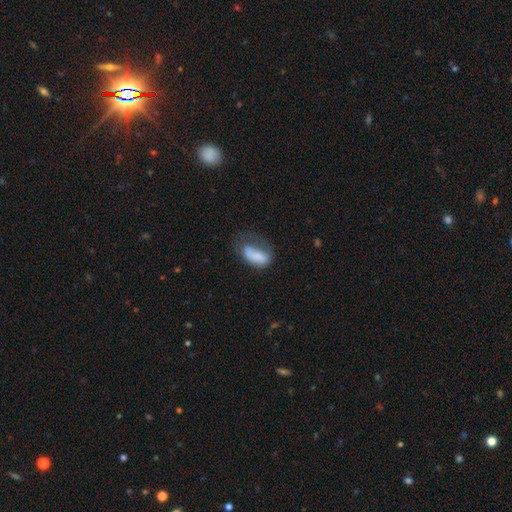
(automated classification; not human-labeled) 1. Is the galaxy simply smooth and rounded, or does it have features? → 72% smooth, 20% featured or disk, 8% star or artifact.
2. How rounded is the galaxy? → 88% in between, 7% cigar-shaped, 5% round.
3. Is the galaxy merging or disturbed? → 39% major disturbance, 29% minor disturbance, 26% none, 6% merger.